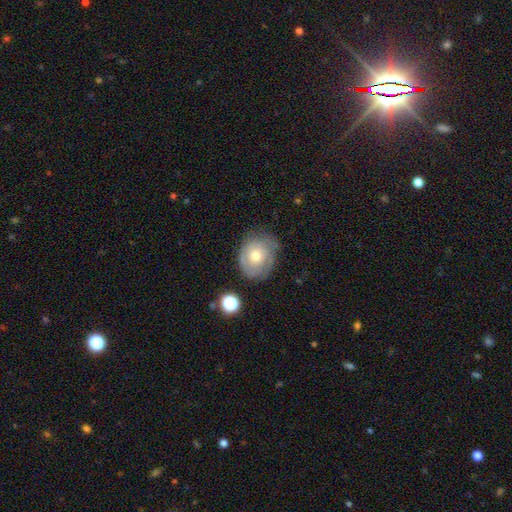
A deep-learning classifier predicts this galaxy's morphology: A smooth galaxy with no disk features (50%).

Vote fractions:
- Smooth or featured? smooth: 50% / featured or disk: 41% / star or artifact: 9%
- Merging? none: 62% / minor disturbance: 26% / major disturbance: 9% / merger: 2%